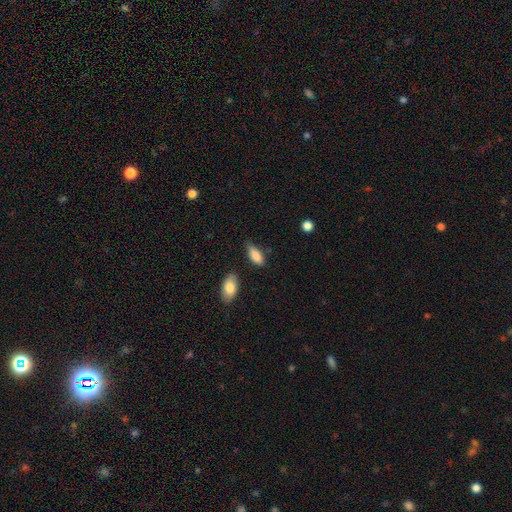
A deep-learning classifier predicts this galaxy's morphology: Smooth or featured?
  - smooth: 86% *
  - featured or disk: 7%
  - star or artifact: 7%
How rounded?
  - in between: 83% *
  - cigar-shaped: 14%
  - round: 2%
Merging?
  - none: 67% *
  - minor disturbance: 25%
  - major disturbance: 4%
  - merger: 4%